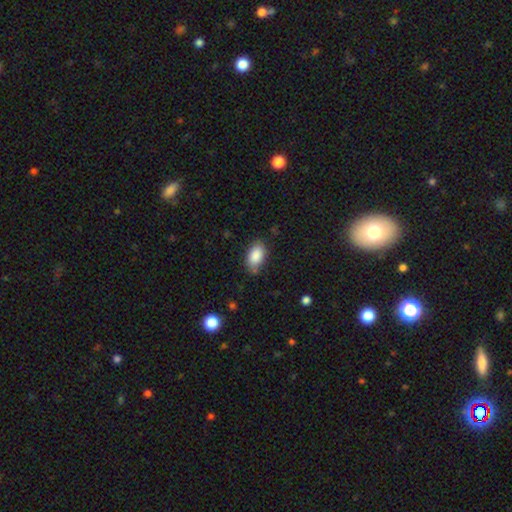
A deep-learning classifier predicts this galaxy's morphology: smooth-or-featured: smooth: 88% | star or artifact: 7% | featured or disk: 5%
  how-rounded: in between: 93% | round: 6% | cigar-shaped: 2%
  merging: none: 77% | minor disturbance: 17% | major disturbance: 4% | merger: 2%